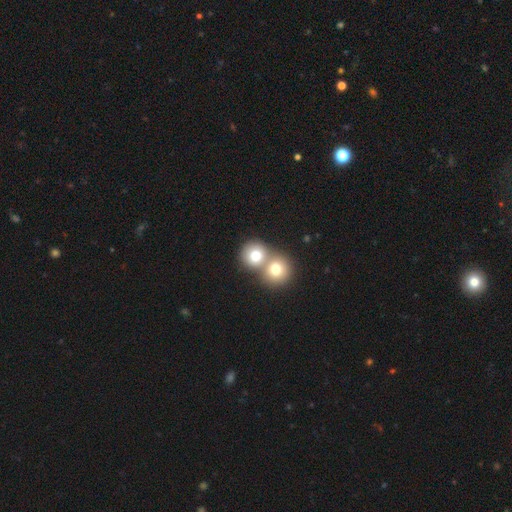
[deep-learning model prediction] smooth 74%, featured or disk 15%, star or artifact 11%. Down the decision tree: how rounded — round (85%); merging — merger (59%).